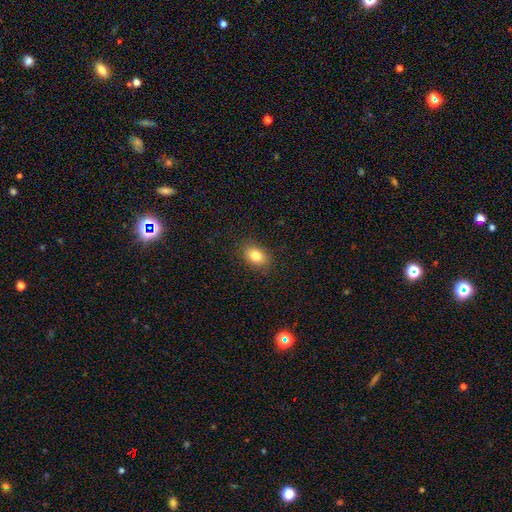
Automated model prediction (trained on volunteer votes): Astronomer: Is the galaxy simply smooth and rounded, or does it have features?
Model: smooth — 82%.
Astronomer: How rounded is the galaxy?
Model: in between — 79%.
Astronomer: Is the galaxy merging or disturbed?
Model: none — 87%.